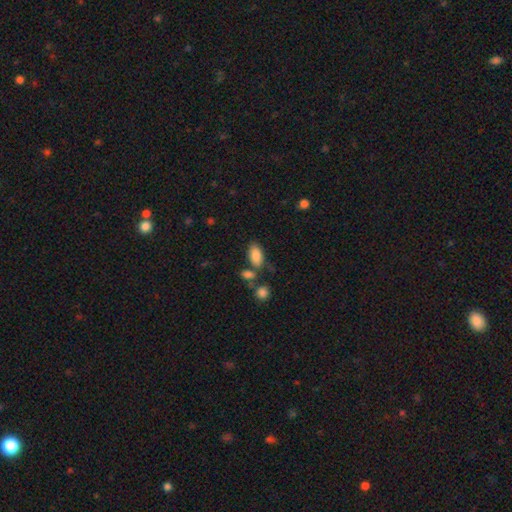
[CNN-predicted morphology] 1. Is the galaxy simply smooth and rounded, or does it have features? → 85% smooth, 8% star or artifact, 7% featured or disk.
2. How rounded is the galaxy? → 92% in between, 4% round, 4% cigar-shaped.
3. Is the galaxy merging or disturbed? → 64% none, 16% minor disturbance, 15% merger, 5% major disturbance.